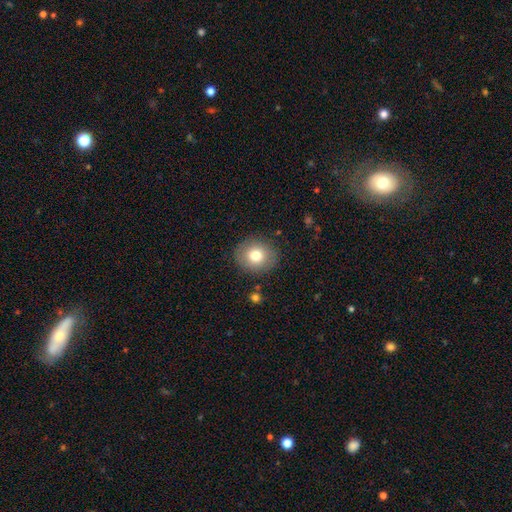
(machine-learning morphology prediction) smooth 77%, featured or disk 14%, star or artifact 9%. Down the decision tree: how rounded — round (78%); merging — none (87%).